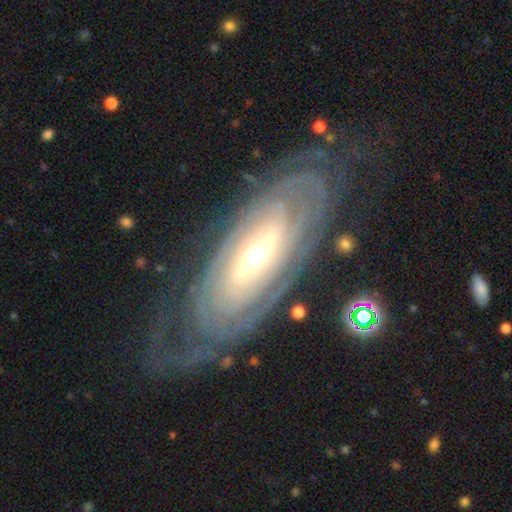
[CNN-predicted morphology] Overall: featured or disk (86%). Edge-on disk: no (89%). Bar: no (48%; weak 30%). Spiral arms: yes (88%). Spiral arm count: can't tell (53%; 2 17%). Spiral winding: tight (76%). Bulge size: moderate (59%; small 31%). Merging: none (69%).